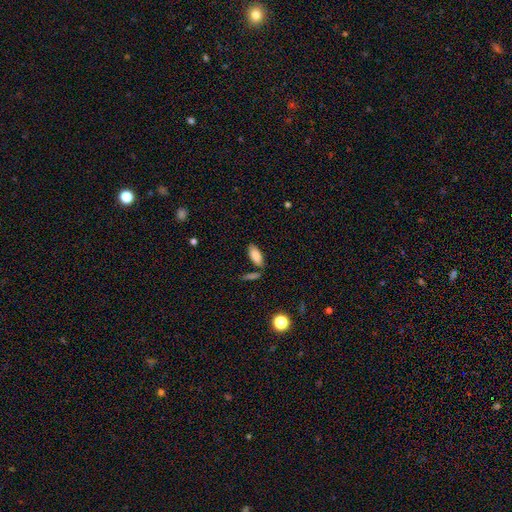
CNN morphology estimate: type=smooth (86%); roundness=in between (84%); merging=none (72%).